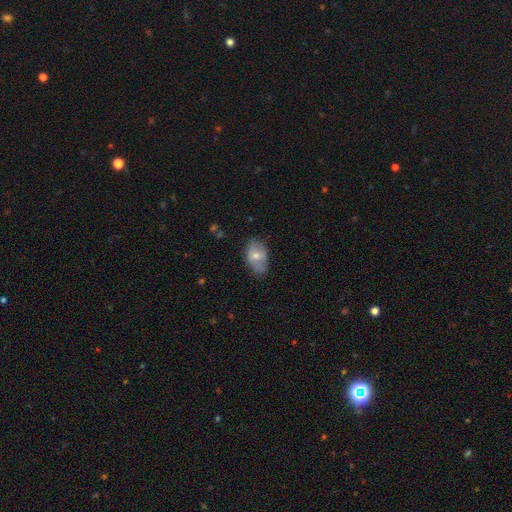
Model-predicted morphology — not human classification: This appears to be a smooth galaxy with no disk features (56%) that is in between round and cigar-shaped (86%). Merging: none (66%).